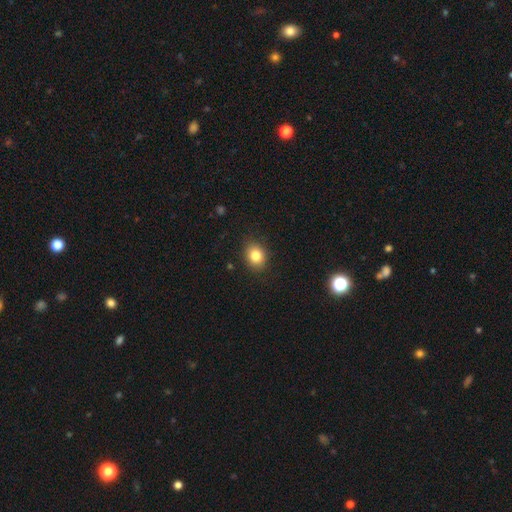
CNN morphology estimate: smooth-or-featured: smooth: 83% | star or artifact: 10% | featured or disk: 7%
  how-rounded: round: 58% | in between: 41% | cigar-shaped: 1%
  merging: none: 87% | minor disturbance: 9% | major disturbance: 2% | merger: 1%